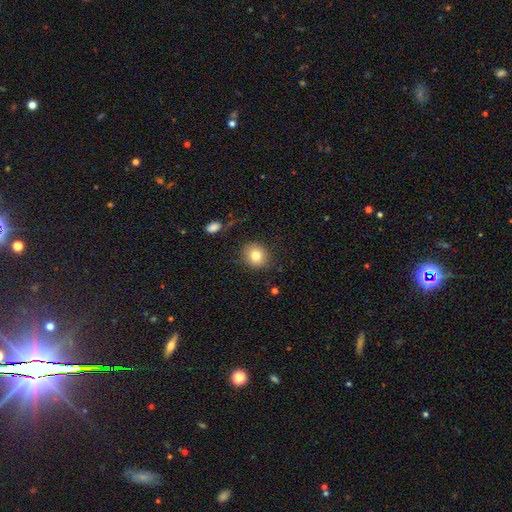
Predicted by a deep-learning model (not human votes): Smooth or featured? Predicted: smooth (p=0.80). How rounded? Predicted: round (p=0.85). Merging? Predicted: none (p=0.85).